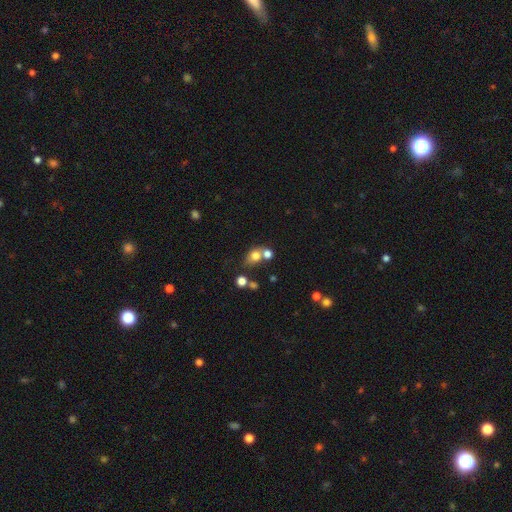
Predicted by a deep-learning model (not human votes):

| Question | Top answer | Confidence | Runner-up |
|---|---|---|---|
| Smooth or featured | smooth | 73% | star or artifact (14%) |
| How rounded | round | 58% | in between (41%) |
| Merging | none | 45% | merger (37%) |